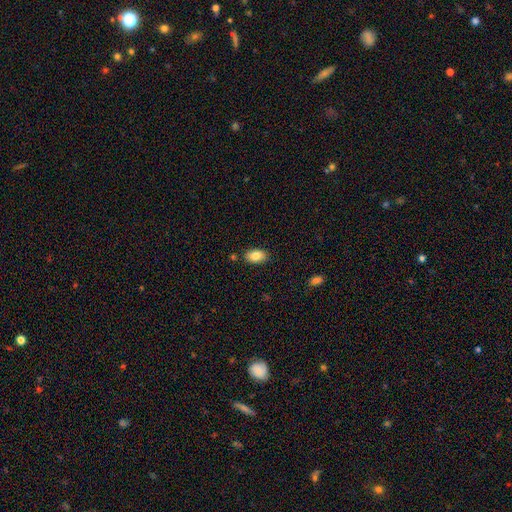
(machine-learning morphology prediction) smooth-or-featured: smooth: 85% | star or artifact: 8% | featured or disk: 7%
  how-rounded: in between: 91% | round: 8% | cigar-shaped: 1%
  merging: none: 84% | minor disturbance: 11% | merger: 3% | major disturbance: 2%